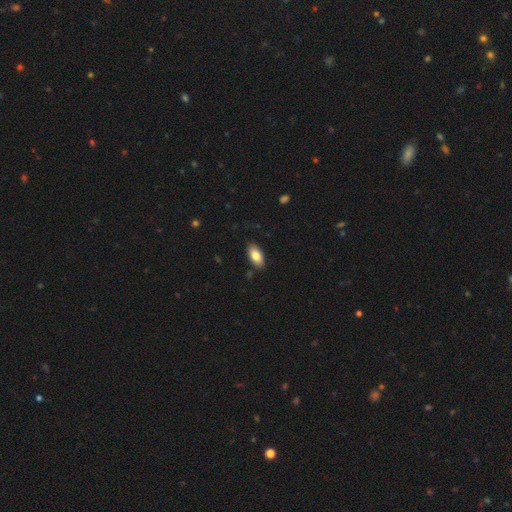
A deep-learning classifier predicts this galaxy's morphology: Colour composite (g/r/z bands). It shows a smooth galaxy with no disk features (82%) that is in between round and cigar-shaped (93%). Merging: none (85%).